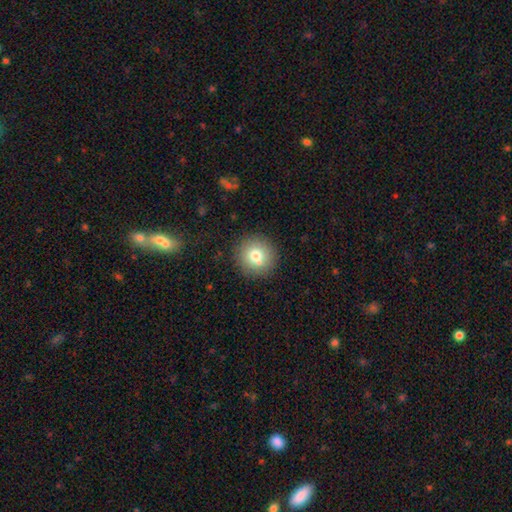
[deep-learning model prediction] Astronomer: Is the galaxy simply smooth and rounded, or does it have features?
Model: smooth — 76%.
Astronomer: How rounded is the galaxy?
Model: round — 93%.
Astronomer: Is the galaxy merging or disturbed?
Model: none — 85%.